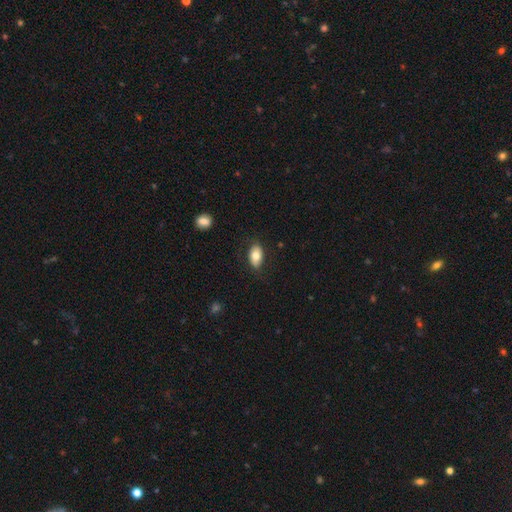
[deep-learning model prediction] Smooth or featured? Predicted: smooth (p=0.76). How rounded? Predicted: in between (p=0.92). Merging? Predicted: none (p=0.79).